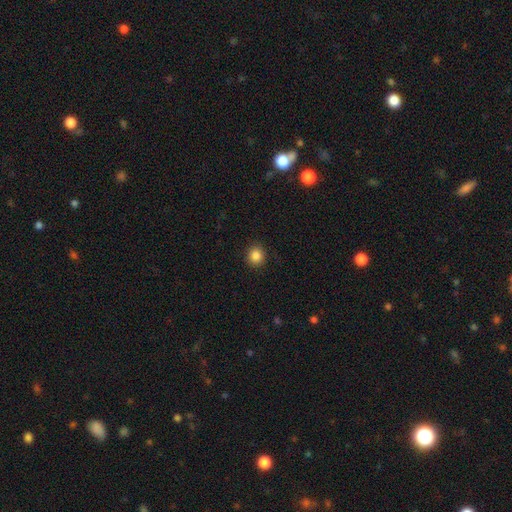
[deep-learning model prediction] smooth 86%, star or artifact 10%, featured or disk 4%. Down the decision tree: how rounded — round (85%); merging — none (90%).